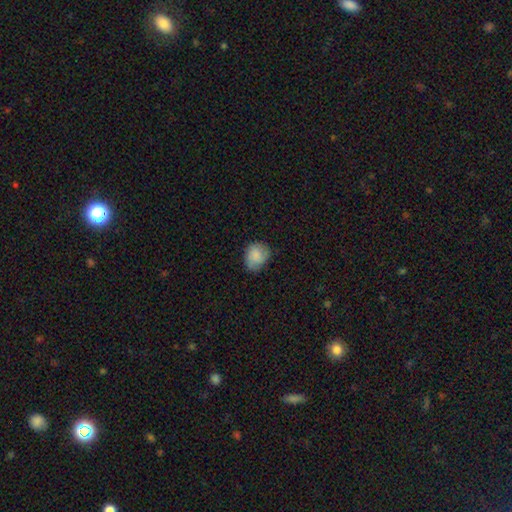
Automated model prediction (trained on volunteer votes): Smooth or featured? smooth (79%)
How rounded? round (55%)
Merging? none (69%)